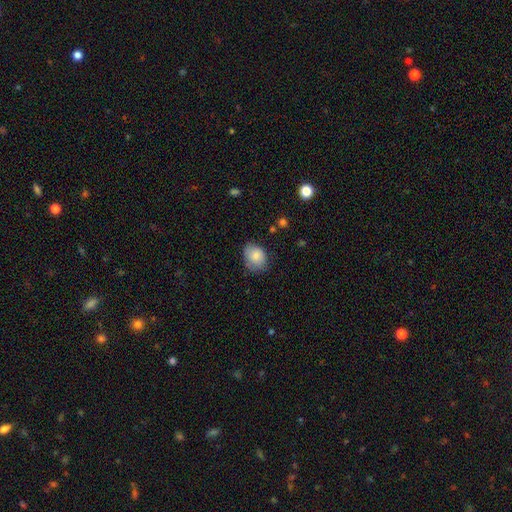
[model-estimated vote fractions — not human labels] This appears to be a smooth galaxy with no disk features (81%) that is in between round and cigar-shaped (59%). Merging: none (64%).